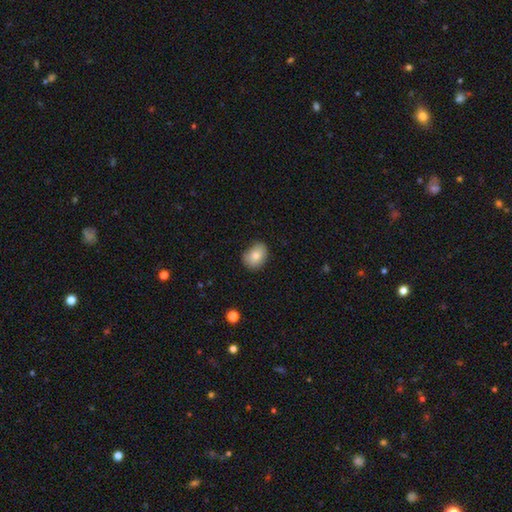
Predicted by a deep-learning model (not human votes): smooth 80%, featured or disk 11%, star or artifact 8%. Down the decision tree: how rounded — in between (65%); merging — none (73%).